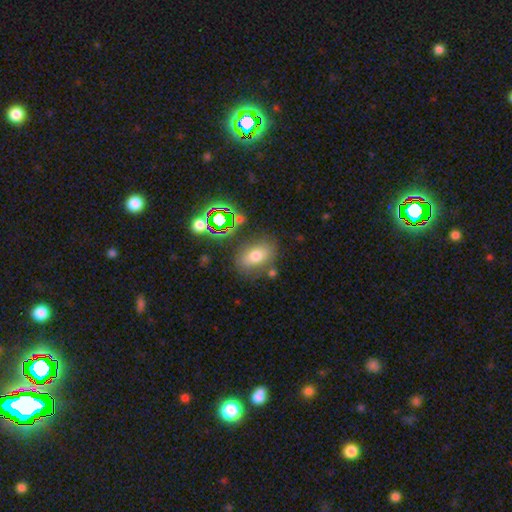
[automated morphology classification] Smooth or featured? smooth (66%)
How rounded? in between (80%)
Merging? none (73%)